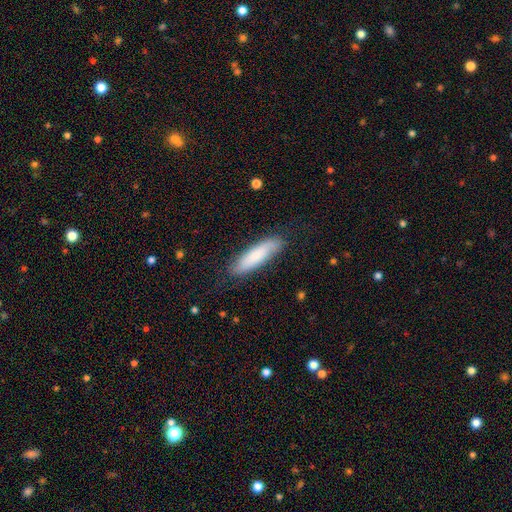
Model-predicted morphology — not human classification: The model was most divided on "how rounded": cigar-shaped: 65%, in between: 34%, round: 2%. More confident: merging — none (80%); smooth or featured — smooth (73%).